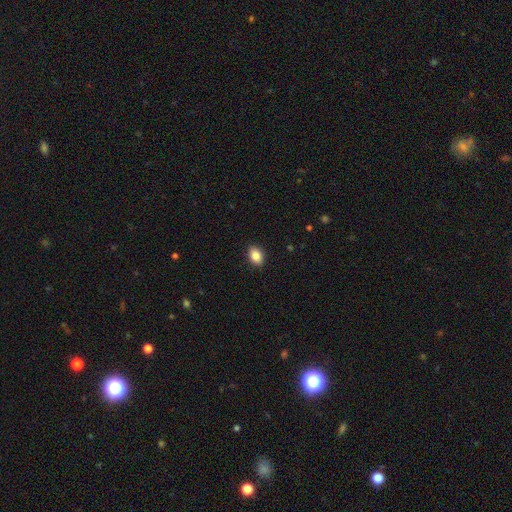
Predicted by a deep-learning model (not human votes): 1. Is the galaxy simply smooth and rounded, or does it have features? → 87% smooth, 8% star or artifact, 5% featured or disk.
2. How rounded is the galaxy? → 80% in between, 19% round, 1% cigar-shaped.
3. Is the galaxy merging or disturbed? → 90% none, 7% minor disturbance, 2% major disturbance, 1% merger.